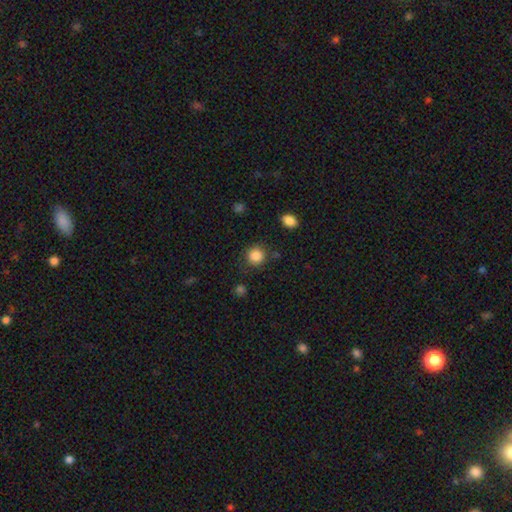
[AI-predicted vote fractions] A smooth galaxy with no disk features (86%) that is round (92%).

Vote fractions:
- Smooth or featured? smooth: 86% / star or artifact: 10% / featured or disk: 4%
- How rounded? round: 92% / in between: 7% / cigar-shaped: 1%
- Merging? none: 84% / minor disturbance: 9% / major disturbance: 4% / merger: 3%